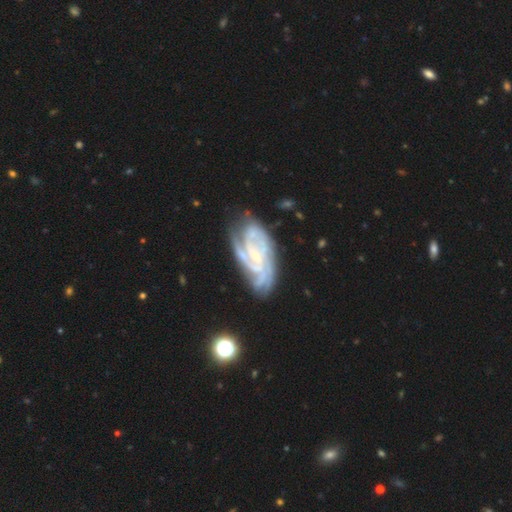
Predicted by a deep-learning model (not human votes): A featured or disk galaxy (87%) with no bar (45%), 3 (30%) tight (60%) spiral arms (97%) and a small central bulge (71%).

Vote fractions:
- Smooth or featured? featured or disk: 87% / smooth: 7% / star or artifact: 6%
- Edge-on disk? no: 96% / yes: 4%
- Bar? no: 45% / weak: 39% / strong: 16%
- Spiral arms? yes: 97% / no: 3%
- Spiral winding? tight: 60% / medium: 33% / loose: 6%
- Spiral arm count? 3: 30% / 4: 22% / can't tell: 20% / 2: 15% / more than 4: 6% / 1: 6%
- Bulge size? small: 71% / moderate: 17% / none: 9% / large: 1% / dominant: 1%
- Merging? none: 67% / minor disturbance: 21% / major disturbance: 9% / merger: 3%